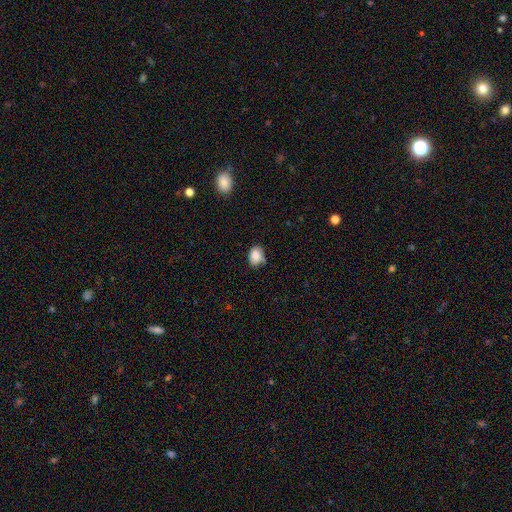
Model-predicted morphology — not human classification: Overall: smooth (85%). How rounded: in between (63%; round 36%). Merging: none (65%; minor disturbance 27%).